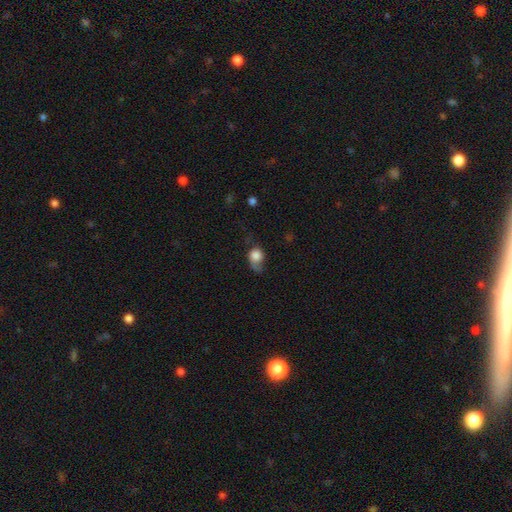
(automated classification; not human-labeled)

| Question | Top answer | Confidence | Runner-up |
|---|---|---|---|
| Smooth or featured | smooth | 73% | featured or disk (18%) |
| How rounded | round | 54% | in between (45%) |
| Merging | none | 33% | major disturbance (32%) |